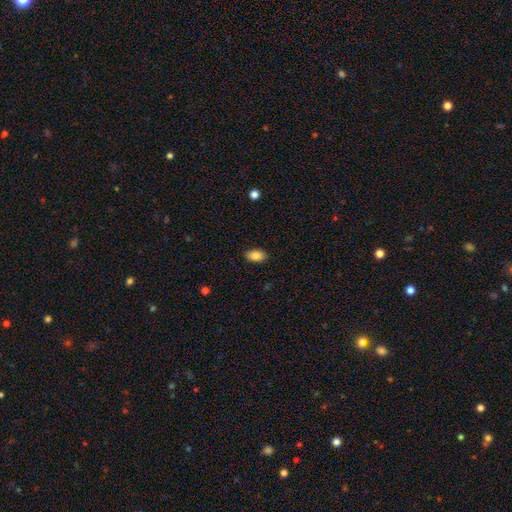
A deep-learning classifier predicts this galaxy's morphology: Smooth or featured?
  - smooth: 85% *
  - star or artifact: 8%
  - featured or disk: 8%
How rounded?
  - in between: 91% *
  - round: 7%
  - cigar-shaped: 2%
Merging?
  - none: 88% *
  - minor disturbance: 9%
  - major disturbance: 2%
  - merger: 1%